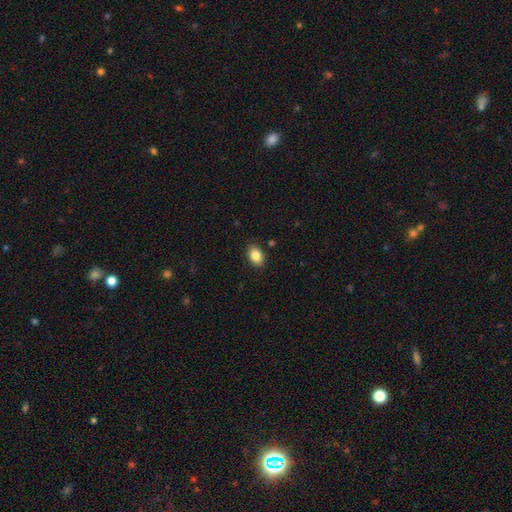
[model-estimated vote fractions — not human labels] The model was most divided on "how rounded": in between: 81%, round: 18%, cigar-shaped: 1%. More confident: merging — none (88%); smooth or featured — smooth (85%).